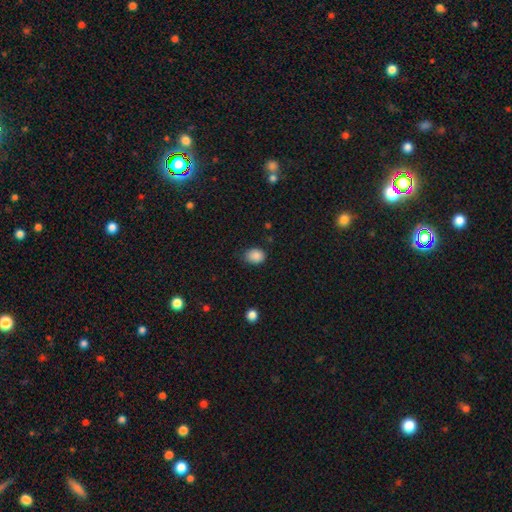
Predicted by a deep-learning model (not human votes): Smooth or featured? Predicted: smooth (p=0.87). How rounded? Predicted: in between (p=0.55). Merging? Predicted: none (p=0.74).